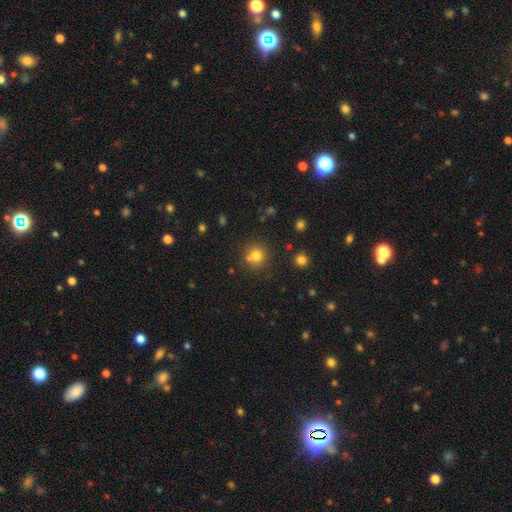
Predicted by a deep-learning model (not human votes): smooth-or-featured: smooth: 76% | star or artifact: 15% | featured or disk: 9%
  how-rounded: round: 90% | in between: 9% | cigar-shaped: 1%
  merging: none: 69% | merger: 18% | minor disturbance: 9% | major disturbance: 3%